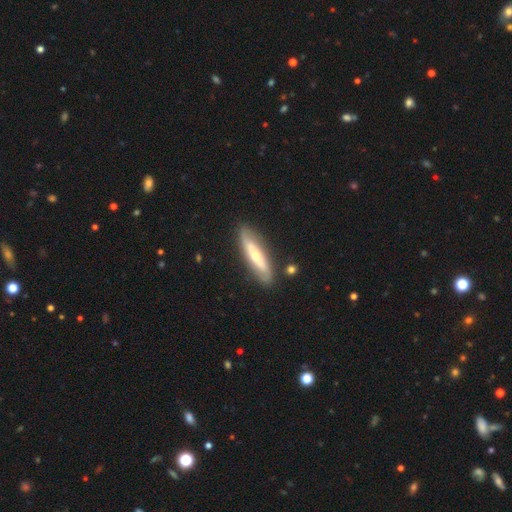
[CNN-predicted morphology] Q: Smooth or featured?
A: featured or disk (60%); runner-up: smooth (35%)
Q: Edge-on disk?
A: yes (51%); runner-up: no (49%)
Q: Merging?
A: none (83%); runner-up: minor disturbance (11%)